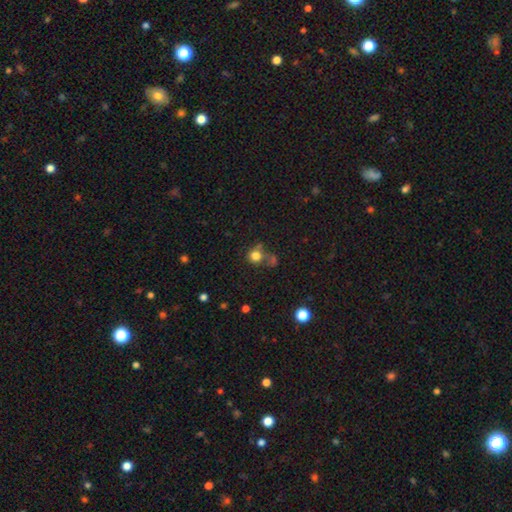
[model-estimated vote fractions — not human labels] Overall: smooth (79%). How rounded: round (88%). Merging: none (56%; merger 24%).